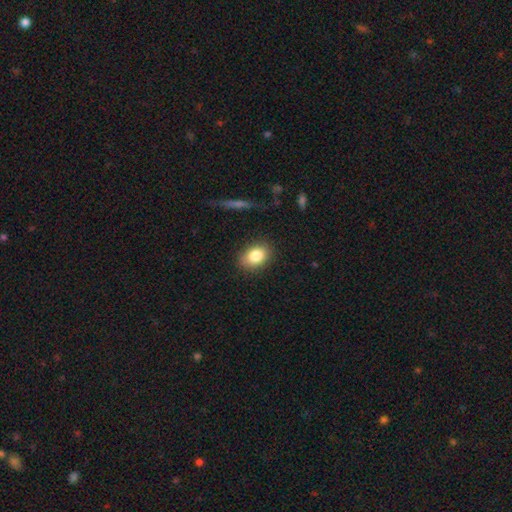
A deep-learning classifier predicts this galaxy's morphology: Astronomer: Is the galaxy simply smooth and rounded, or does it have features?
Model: smooth — 83%.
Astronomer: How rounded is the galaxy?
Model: in between — 73%.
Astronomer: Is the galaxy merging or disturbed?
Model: none — 84%.